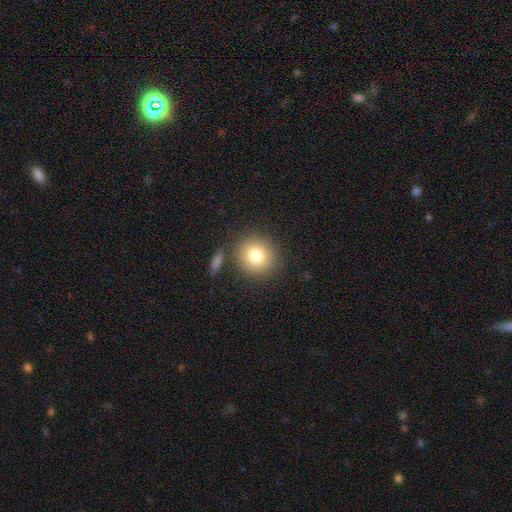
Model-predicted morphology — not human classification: A smooth galaxy with no disk features (81%) that is round (88%).

Vote fractions:
- Smooth or featured? smooth: 81% / star or artifact: 10% / featured or disk: 10%
- How rounded? round: 88% / in between: 11% / cigar-shaped: 1%
- Merging? none: 81% / minor disturbance: 9% / merger: 7% / major disturbance: 3%